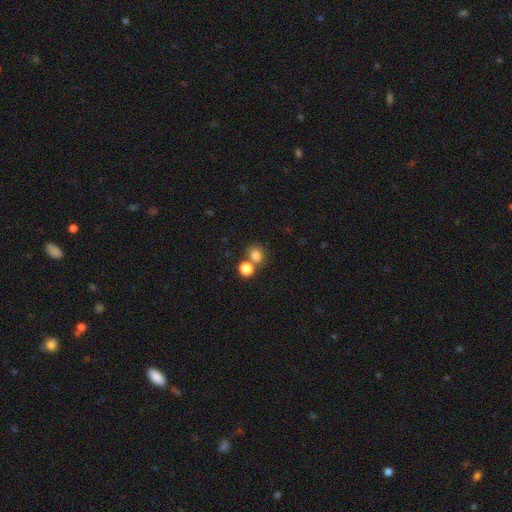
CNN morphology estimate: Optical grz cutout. It shows a smooth galaxy with no disk features (80%) that is round (76%). Merging: none (59%).